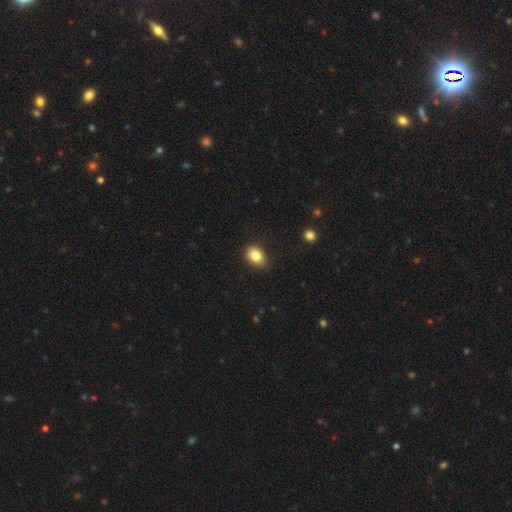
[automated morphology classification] Smooth or featured? Predicted: smooth (p=0.84). How rounded? Predicted: in between (p=0.74). Merging? Predicted: none (p=0.86).